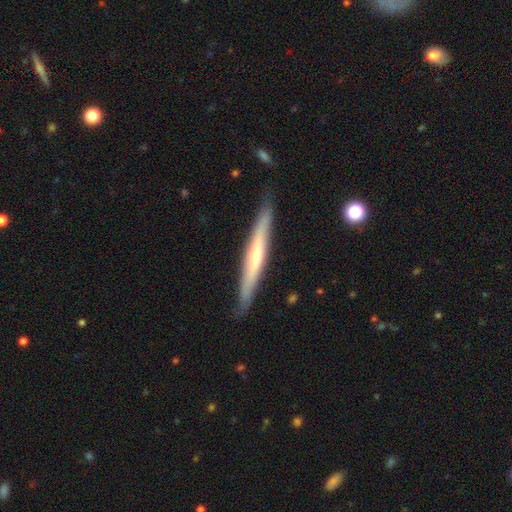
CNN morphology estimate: Q: Smooth or featured?
A: featured or disk (57%); runner-up: smooth (38%)
Q: Edge-on disk?
A: yes (94%); runner-up: no (6%)
Q: Edge-on bulge?
A: none (47%); runner-up: rounded (46%)
Q: Merging?
A: none (87%); runner-up: minor disturbance (10%)